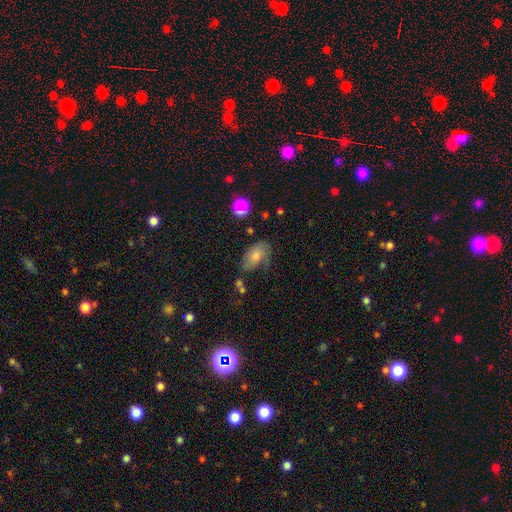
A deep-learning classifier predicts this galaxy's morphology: Overall: smooth (63%; featured or disk 28%). How rounded: in between (90%). Merging: none (46%; minor disturbance 31%).